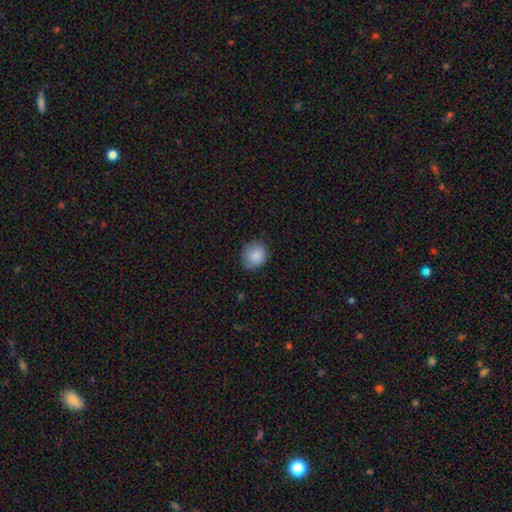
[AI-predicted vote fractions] This is clearly a smooth galaxy (88%). How rounded: likely round (77%). Merging: likely none (76%).